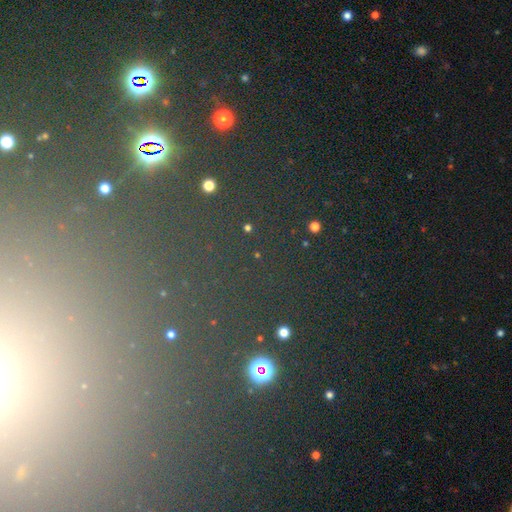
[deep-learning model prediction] Q: Smooth or featured?
A: star or artifact (72%); runner-up: smooth (18%)